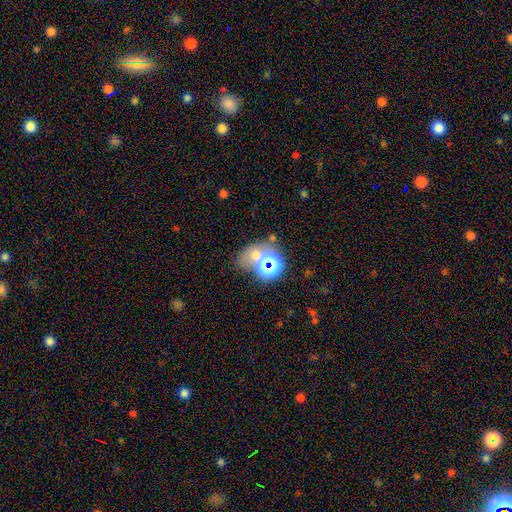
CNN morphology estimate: Smooth or featured? Predicted: smooth (p=0.49). Merging? Predicted: none (p=0.44).